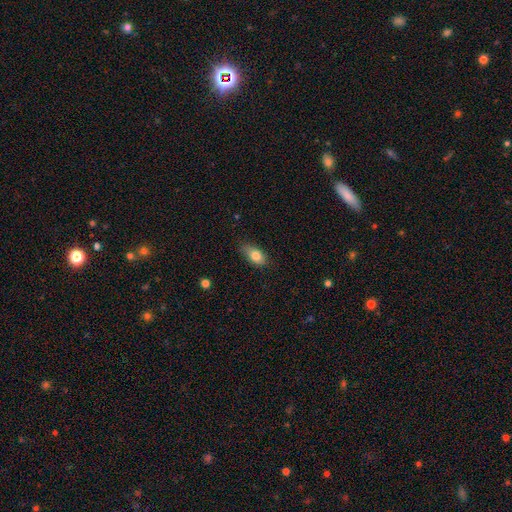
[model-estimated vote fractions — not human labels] The model was most divided on "merging": none: 73%, minor disturbance: 22%, major disturbance: 4%, merger: 1%. More confident: how rounded — in between (87%); smooth or featured — smooth (80%).